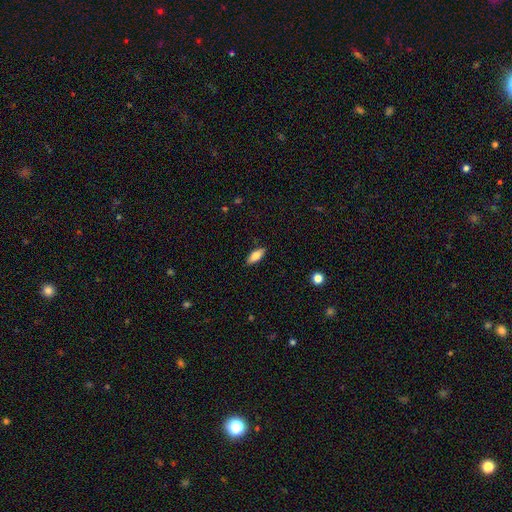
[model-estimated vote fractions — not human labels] smooth-or-featured: smooth: 73% | featured or disk: 21% | star or artifact: 7%
  how-rounded: in between: 77% | cigar-shaped: 20% | round: 2%
  merging: none: 88% | minor disturbance: 9% | major disturbance: 2% | merger: 1%